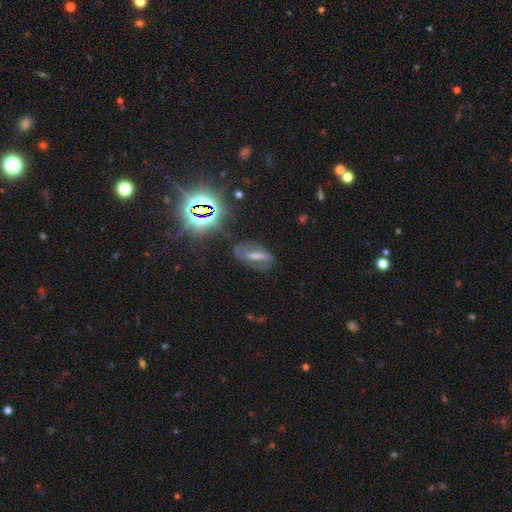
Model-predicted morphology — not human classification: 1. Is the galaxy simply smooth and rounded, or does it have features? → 41% featured or disk, 35% star or artifact, 24% smooth.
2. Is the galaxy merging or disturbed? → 71% none, 17% minor disturbance, 9% major disturbance, 3% merger.